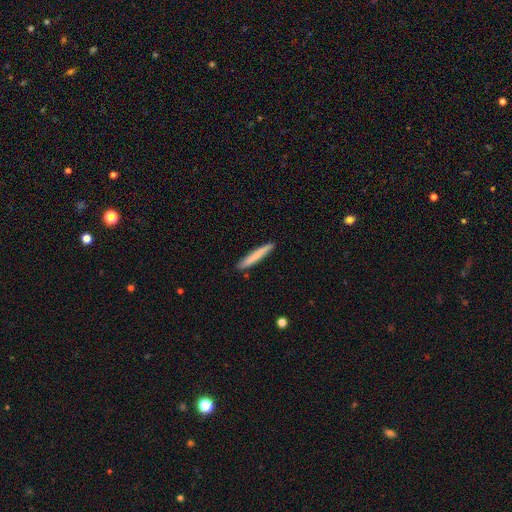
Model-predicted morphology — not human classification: Smooth or featured? smooth (75%)
How rounded? cigar-shaped (95%)
Merging? none (90%)